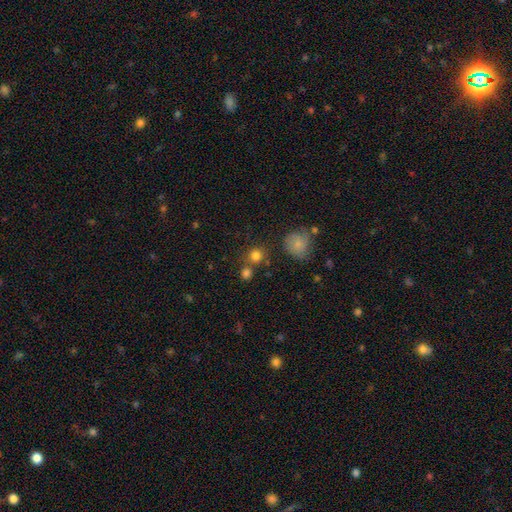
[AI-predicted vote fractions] Smooth or featured? smooth (80%)
How rounded? round (90%)
Merging? none (69%)